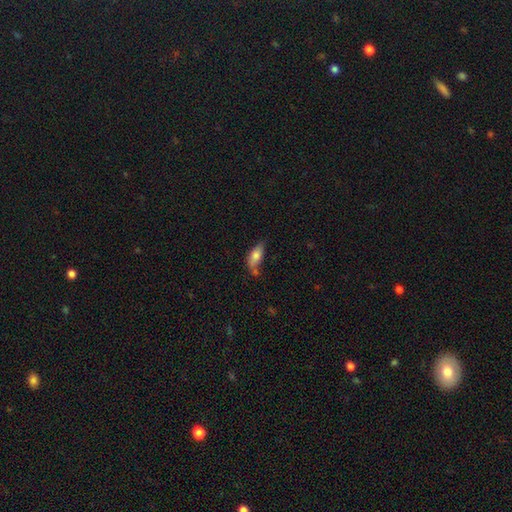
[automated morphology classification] Smooth or featured: smooth — 75% (featured or disk — 17%)
How rounded: in between — 81% (cigar-shaped — 15%)
Merging: none — 46% (minor disturbance — 29%)